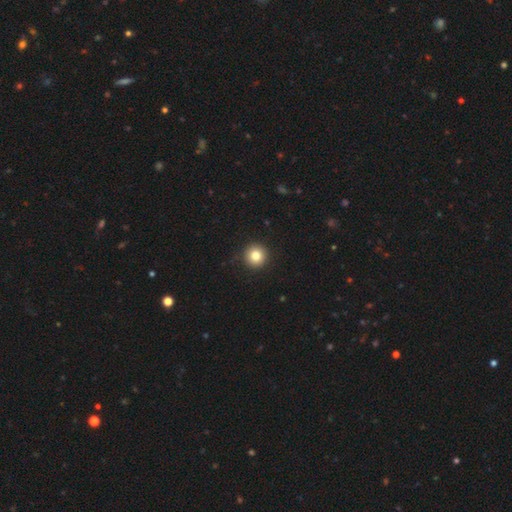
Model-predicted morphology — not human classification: Smooth or featured?
  - smooth: 82% *
  - star or artifact: 11%
  - featured or disk: 7%
How rounded?
  - round: 95% *
  - in between: 4%
  - cigar-shaped: 1%
Merging?
  - none: 92% *
  - minor disturbance: 5%
  - major disturbance: 2%
  - merger: 1%